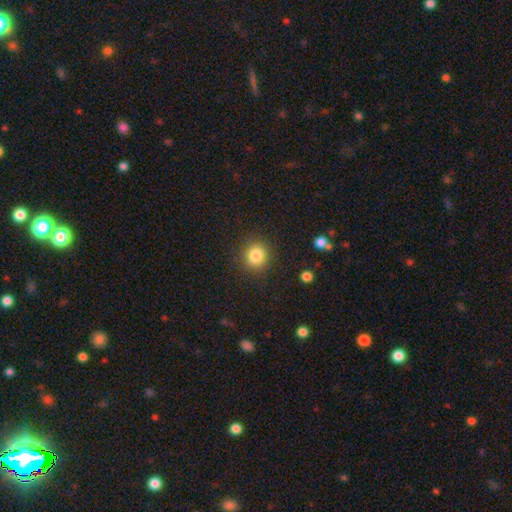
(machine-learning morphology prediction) Smooth or featured? Predicted: smooth (p=0.83). How rounded? Predicted: round (p=0.88). Merging? Predicted: none (p=0.89).